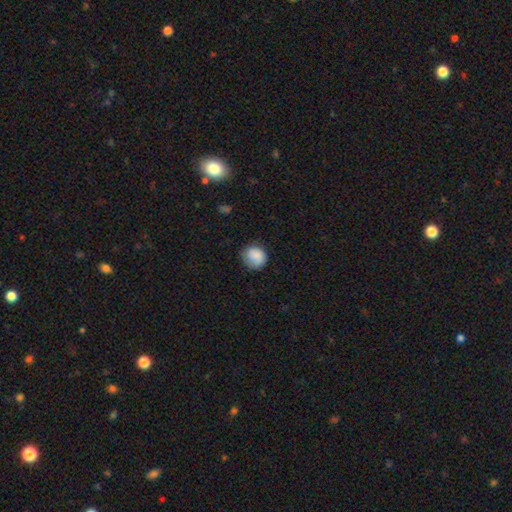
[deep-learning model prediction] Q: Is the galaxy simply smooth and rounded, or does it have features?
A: smooth — 86%.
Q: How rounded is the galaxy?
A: round — 84%.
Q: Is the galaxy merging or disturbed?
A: none — 71%.